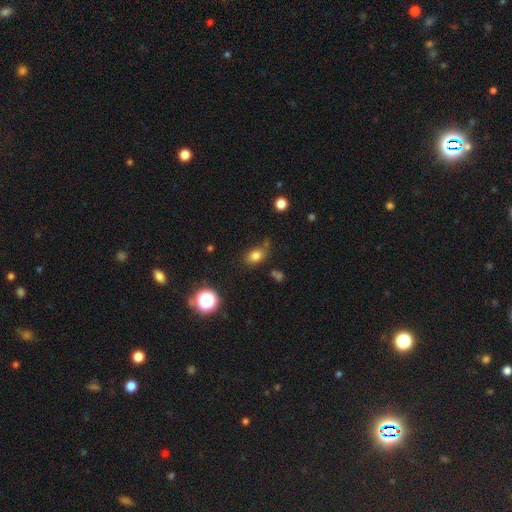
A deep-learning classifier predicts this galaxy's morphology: The model was most divided on "merging": none: 57%, minor disturbance: 26%, major disturbance: 10%, merger: 6%. More confident: smooth or featured — smooth (78%); how rounded — in between (71%).